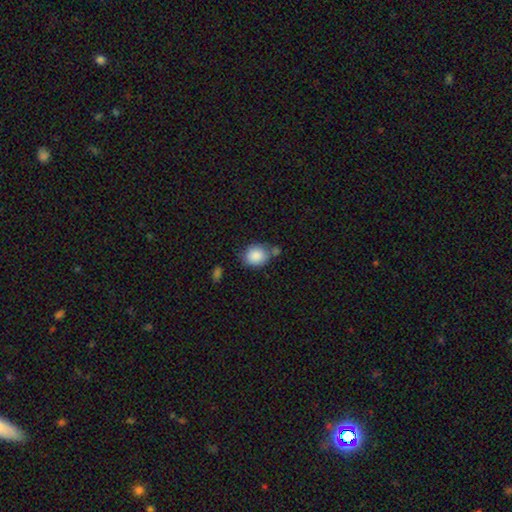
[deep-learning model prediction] A smooth galaxy with no disk features (87%) that is round (67%).

Vote fractions:
- Smooth or featured? smooth: 87% / star or artifact: 8% / featured or disk: 5%
- How rounded? round: 67% / in between: 32% / cigar-shaped: 1%
- Merging? none: 60% / minor disturbance: 18% / merger: 17% / major disturbance: 5%